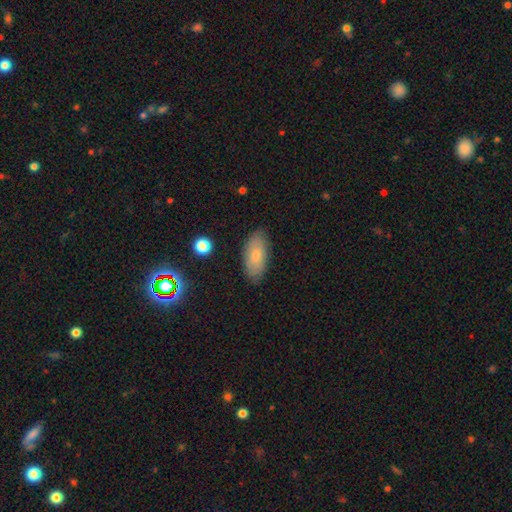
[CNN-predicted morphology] smooth 74%, featured or disk 18%, star or artifact 8%. Down the decision tree: how rounded — in between (90%); merging — none (84%).